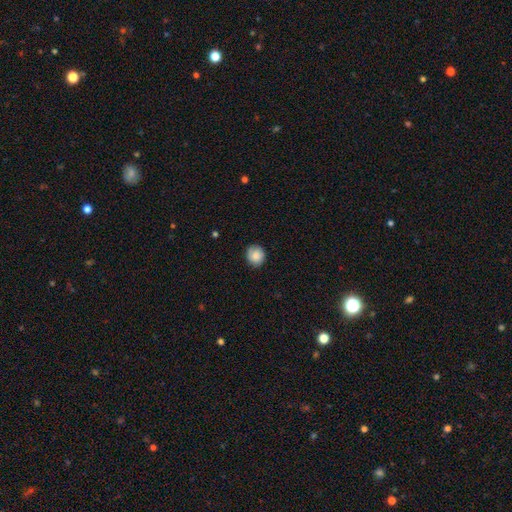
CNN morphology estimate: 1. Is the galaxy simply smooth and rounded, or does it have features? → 83% smooth, 9% featured or disk, 8% star or artifact.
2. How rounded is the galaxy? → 85% round, 15% in between, 1% cigar-shaped.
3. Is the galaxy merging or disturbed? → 85% none, 12% minor disturbance, 2% major disturbance, 1% merger.